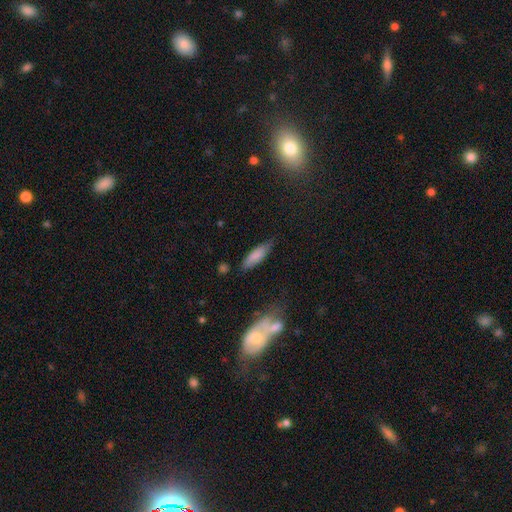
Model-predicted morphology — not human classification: Smooth or featured?
  - smooth: 80% *
  - featured or disk: 13%
  - star or artifact: 7%
How rounded?
  - cigar-shaped: 50% *
  - in between: 48%
  - round: 2%
Merging?
  - none: 70% *
  - minor disturbance: 22%
  - major disturbance: 5%
  - merger: 3%